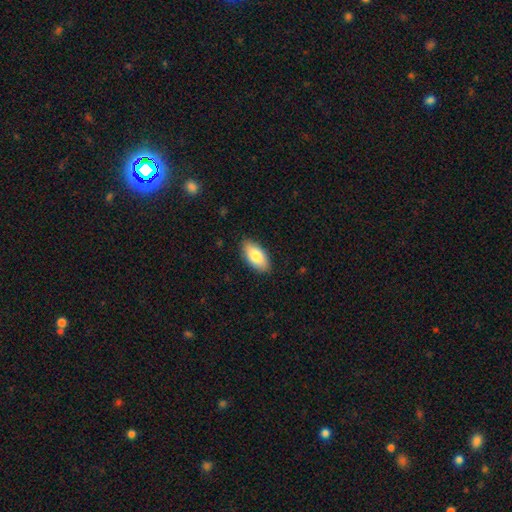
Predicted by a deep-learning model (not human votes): smooth 83%, featured or disk 11%, star or artifact 6%. Down the decision tree: how rounded — in between (93%); merging — none (86%).